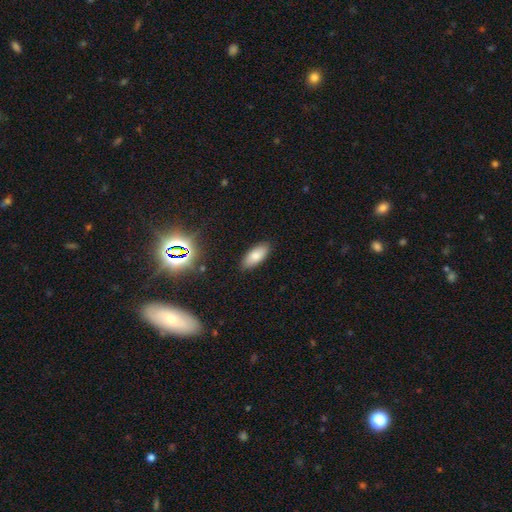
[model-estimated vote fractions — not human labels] Overall: smooth (81%). How rounded: in between (86%). Merging: none (87%).